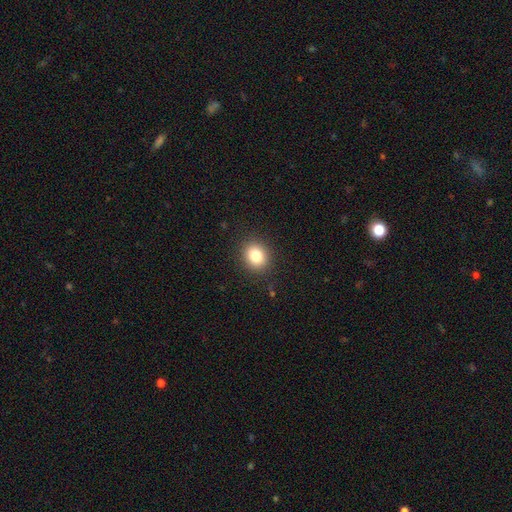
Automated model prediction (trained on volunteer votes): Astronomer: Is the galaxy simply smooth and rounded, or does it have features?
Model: smooth — 82%.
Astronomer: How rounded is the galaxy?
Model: round — 65%.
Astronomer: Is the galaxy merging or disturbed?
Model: none — 89%.